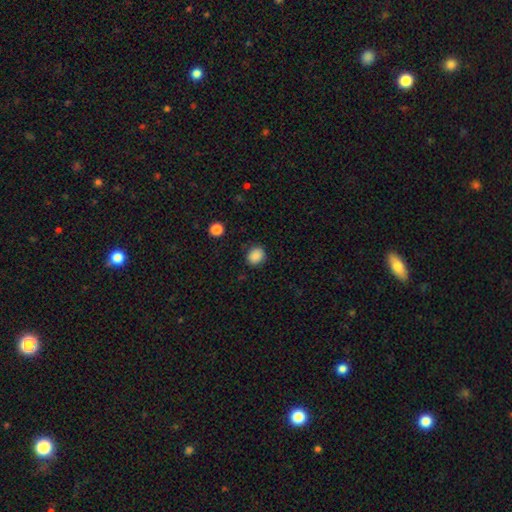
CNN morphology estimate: This is clearly a smooth galaxy (88%). How rounded: likely round (62%). Merging: clearly none (86%).